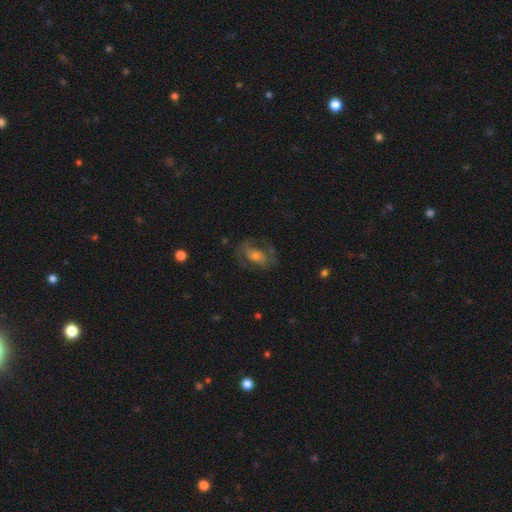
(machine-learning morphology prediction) featured or disk 56%, smooth 34%, star or artifact 10%. Down the decision tree: edge-on disk — no (93%); bar — no (55%); spiral arms — yes (64%); bulge size — moderate (49%); merging — none (60%).